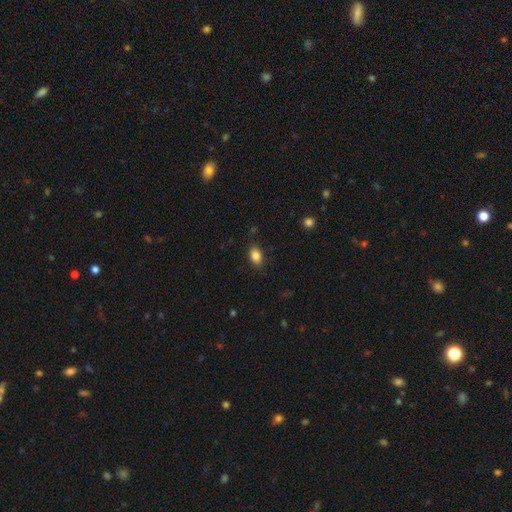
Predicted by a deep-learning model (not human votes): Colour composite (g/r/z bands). It shows a smooth galaxy with no disk features (86%) that is in between round and cigar-shaped (84%). Merging: none (84%).